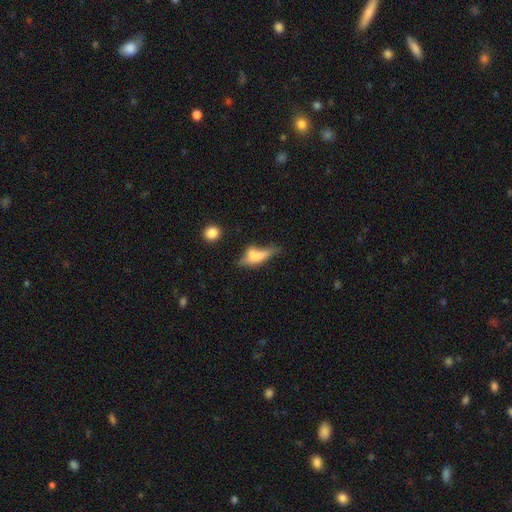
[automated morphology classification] type=smooth (57%); roundness=in between (52%); merging=none (34%).